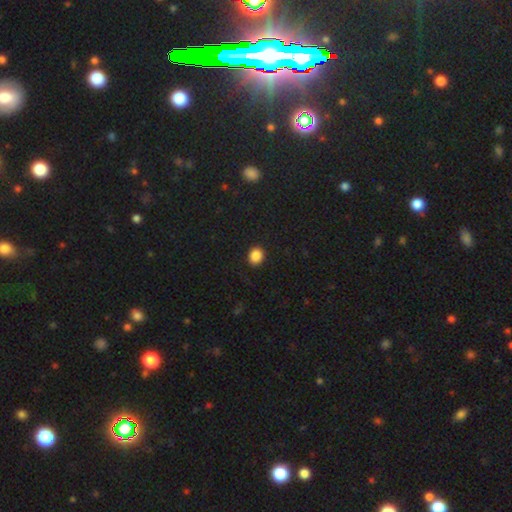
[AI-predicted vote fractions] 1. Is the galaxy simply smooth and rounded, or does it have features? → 87% smooth, 10% star or artifact, 3% featured or disk.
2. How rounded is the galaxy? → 74% round, 25% in between, 1% cigar-shaped.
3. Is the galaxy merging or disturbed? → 91% none, 6% minor disturbance, 2% major disturbance, 1% merger.